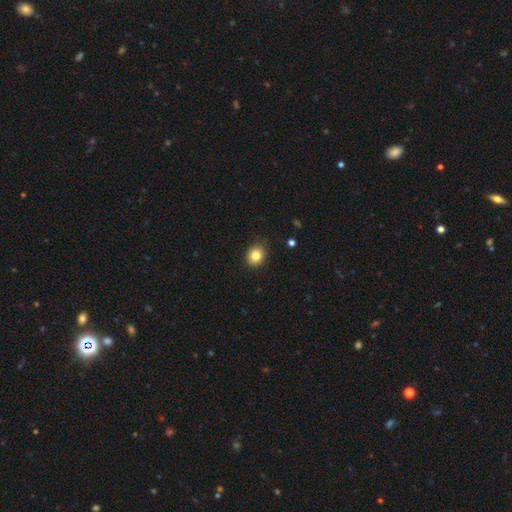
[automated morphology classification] type=smooth (83%); roundness=round (62%); merging=none (86%).